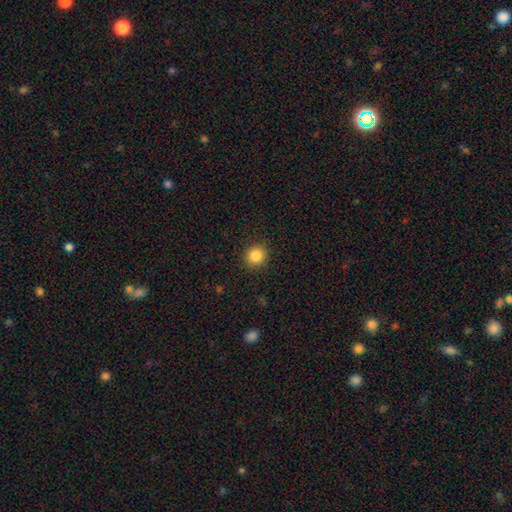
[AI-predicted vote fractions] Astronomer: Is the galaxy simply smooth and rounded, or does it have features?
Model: smooth — 85%.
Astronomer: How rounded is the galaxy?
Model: round — 90%.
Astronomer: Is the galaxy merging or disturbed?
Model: none — 91%.